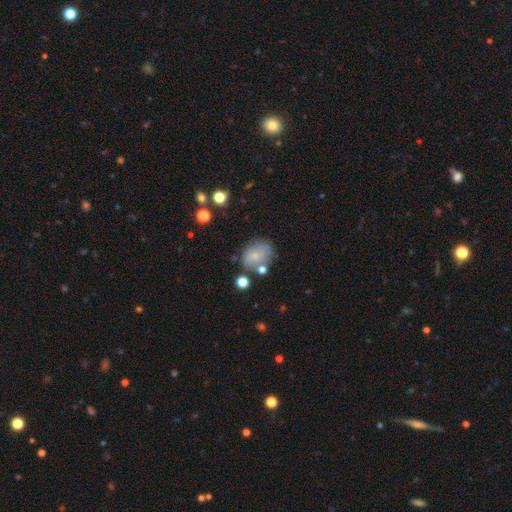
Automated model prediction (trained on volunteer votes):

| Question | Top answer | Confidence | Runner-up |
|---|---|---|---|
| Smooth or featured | smooth | 65% | featured or disk (25%) |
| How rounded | round | 51% | in between (48%) |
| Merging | none | 57% | minor disturbance (23%) |